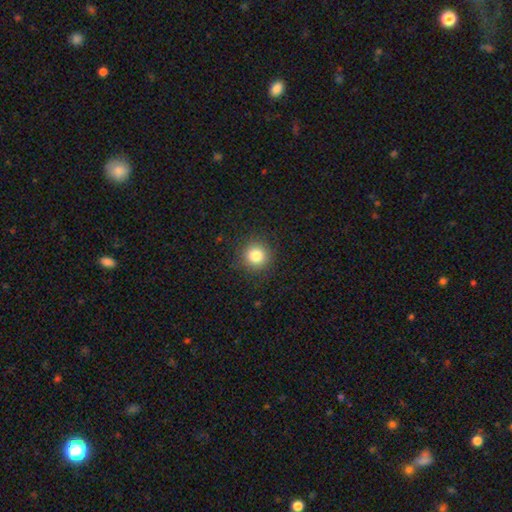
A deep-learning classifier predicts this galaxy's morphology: The model was most divided on "smooth or featured": smooth: 83%, star or artifact: 11%, featured or disk: 6%. More confident: how rounded — round (94%); merging — none (90%).